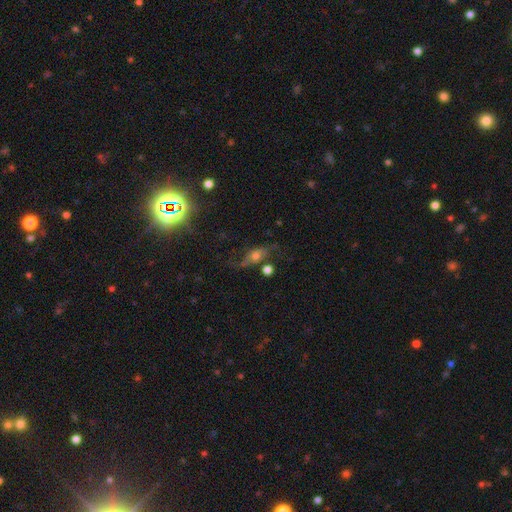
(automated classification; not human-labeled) Smooth or featured? featured or disk (51%)
Edge-on disk? no (77%)
Merging? none (51%)